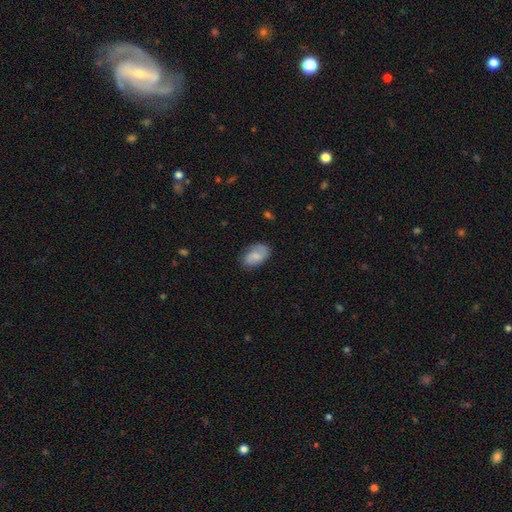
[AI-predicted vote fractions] smooth 65%, featured or disk 27%, star or artifact 7%. Down the decision tree: how rounded — in between (90%); merging — none (72%).